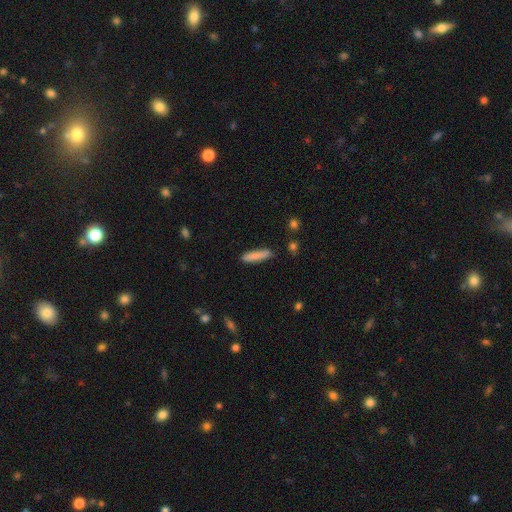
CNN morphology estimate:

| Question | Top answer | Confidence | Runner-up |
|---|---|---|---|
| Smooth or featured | smooth | 85% | featured or disk (9%) |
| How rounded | cigar-shaped | 85% | in between (14%) |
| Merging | none | 86% | minor disturbance (10%) |